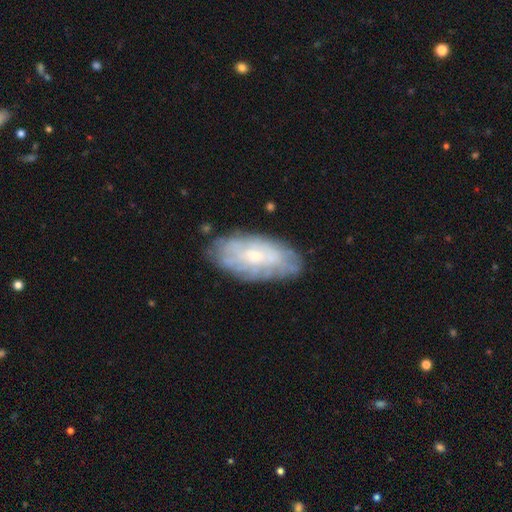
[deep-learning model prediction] Smooth or featured: featured or disk — 59% (smooth — 34%)
Edge-on disk: no — 90% (yes — 10%)
Bar: no — 73% (weak — 23%)
Spiral arms: yes — 60% (no — 40%)
Bulge size: small — 65% (moderate — 29%)
Merging: none — 75% (minor disturbance — 17%)